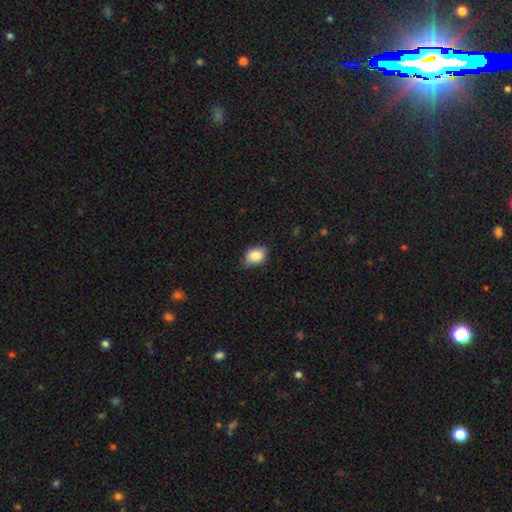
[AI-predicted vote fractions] This appears to be a smooth galaxy with no disk features (86%) that is in between round and cigar-shaped (71%). Merging: none (74%).